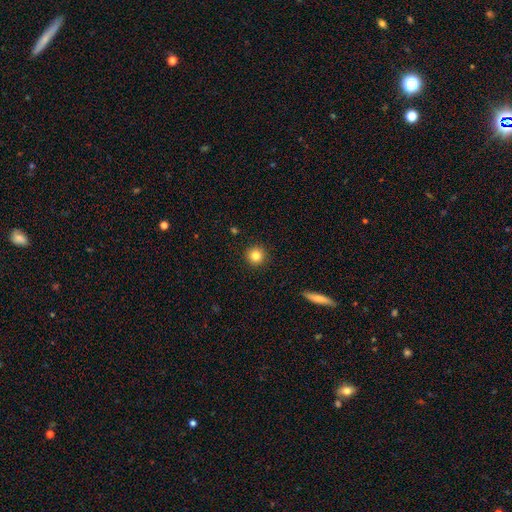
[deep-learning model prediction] Smooth or featured? smooth (82%)
How rounded? round (95%)
Merging? none (93%)